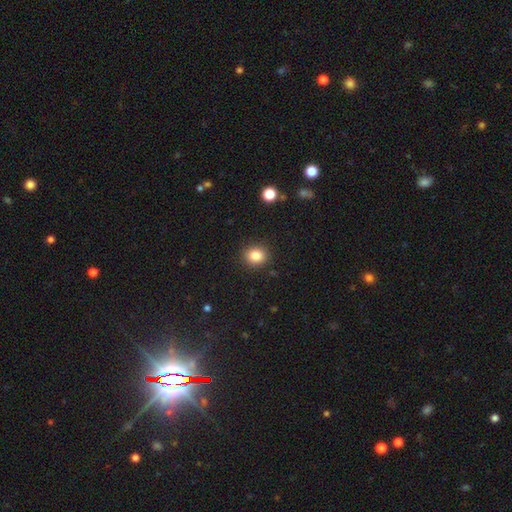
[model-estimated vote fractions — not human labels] Smooth or featured? Predicted: smooth (p=0.84). How rounded? Predicted: round (p=0.78). Merging? Predicted: none (p=0.90).